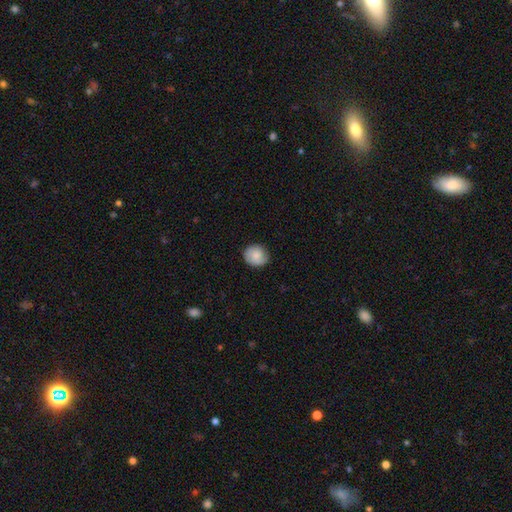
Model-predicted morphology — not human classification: A smooth galaxy with no disk features (76%) that is round (85%). Merging: none (80%).